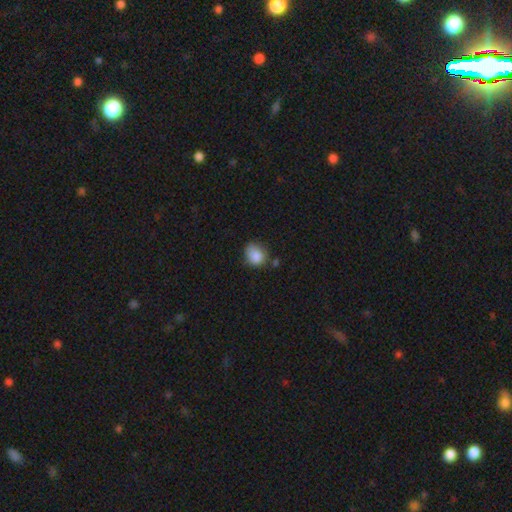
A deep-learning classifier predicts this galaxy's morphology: This is clearly a smooth galaxy (86%). How rounded: possibly round (57%). Merging: possibly none (60%).